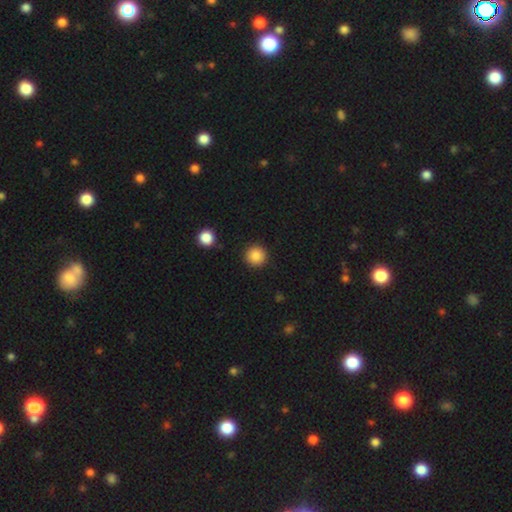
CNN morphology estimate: Smooth or featured: smooth — 87% (star or artifact — 9%)
How rounded: round — 96% (in between — 3%)
Merging: none — 91% (minor disturbance — 5%)